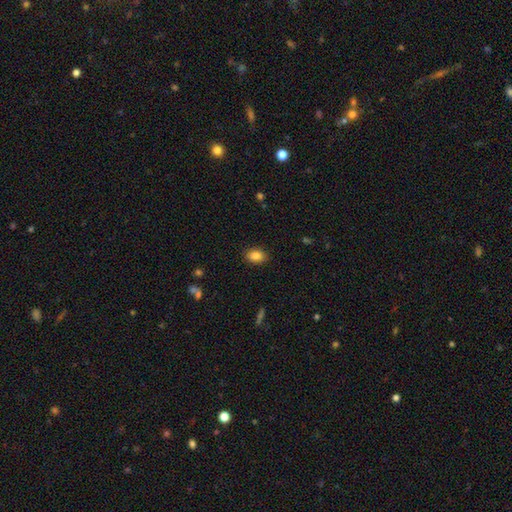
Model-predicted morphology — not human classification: A smooth galaxy with no disk features (85%) that is in between round and cigar-shaped (78%). Merging: none (87%).